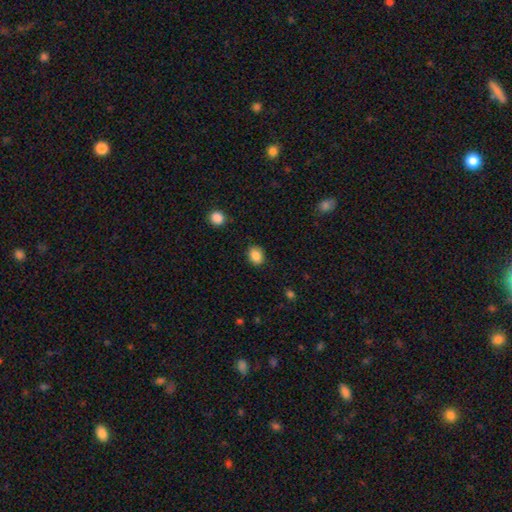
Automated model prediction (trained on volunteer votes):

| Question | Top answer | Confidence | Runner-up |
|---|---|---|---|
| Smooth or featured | smooth | 87% | star or artifact (9%) |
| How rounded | in between | 58% | round (41%) |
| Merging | none | 87% | minor disturbance (9%) |